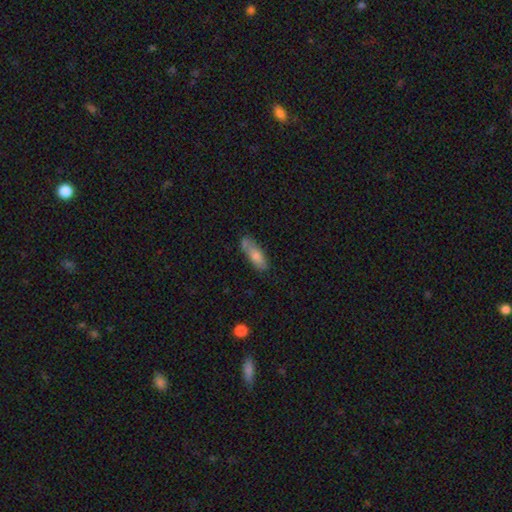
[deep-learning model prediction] Smooth or featured? Predicted: smooth (p=0.72). How rounded? Predicted: in between (p=0.57). Merging? Predicted: none (p=0.55).